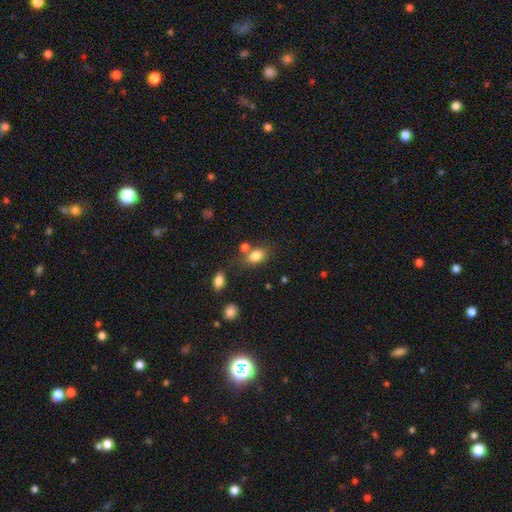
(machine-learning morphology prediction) Smooth or featured? Predicted: smooth (p=0.82). How rounded? Predicted: in between (p=0.79). Merging? Predicted: none (p=0.61).